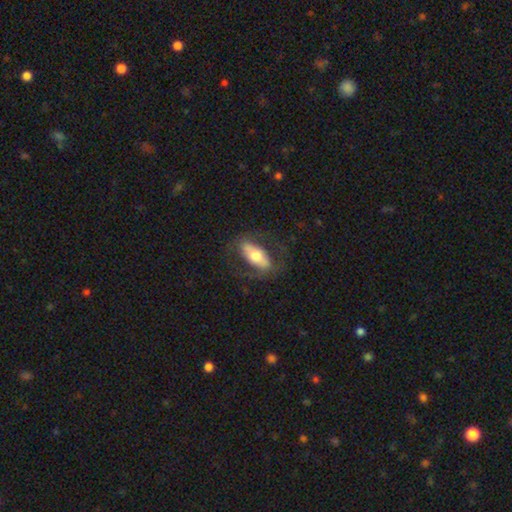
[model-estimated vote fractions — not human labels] Smooth or featured? smooth (48%)
Merging? none (73%)